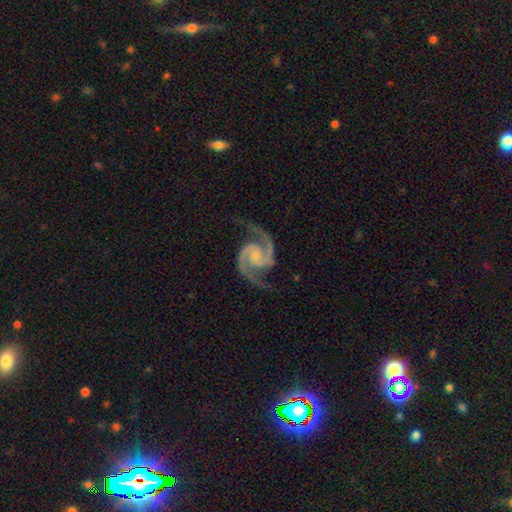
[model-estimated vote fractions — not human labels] smooth_or_featured: featured or disk (p=0.95) [alt: star or artifact p=0.03]
disk_edge_on: no (p=0.99) [alt: yes p=0.01]
bar: no (p=0.66) [alt: weak p=0.26]
has_spiral_arms: yes (p=0.99) [alt: no p=0.01]
spiral_winding: medium (p=0.64) [alt: tight p=0.21]
spiral_arm_count: 2 (p=0.95) [alt: 3 p=0.01]
bulge_size: small (p=0.65) [alt: moderate p=0.23]
merging: none (p=0.78) [alt: minor disturbance p=0.14]